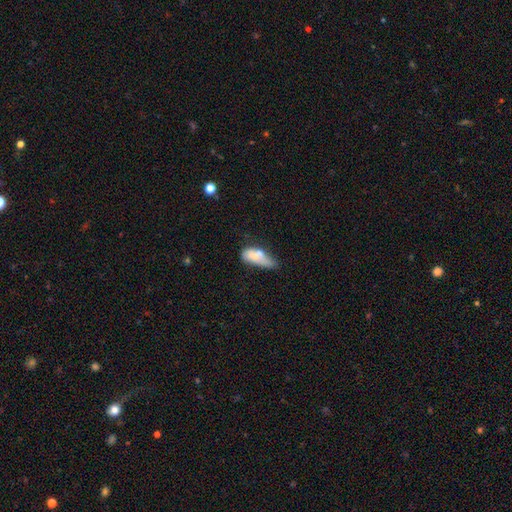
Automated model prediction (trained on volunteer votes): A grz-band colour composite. It shows a smooth galaxy with no disk features (66%) that is in between round and cigar-shaped (77%). Merging: merger (29%).